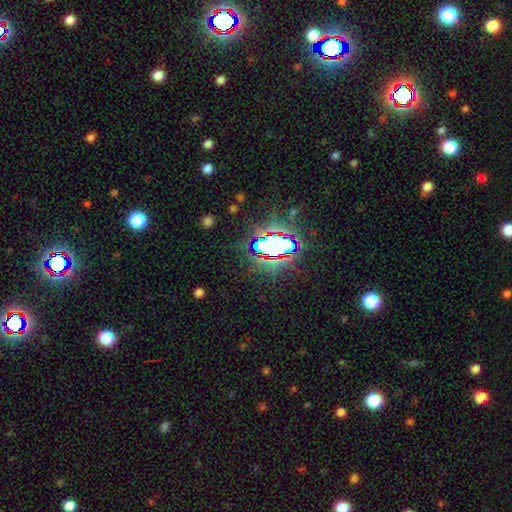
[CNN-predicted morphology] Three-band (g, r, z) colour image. It shows a star or artifact, not a galaxy (83%).